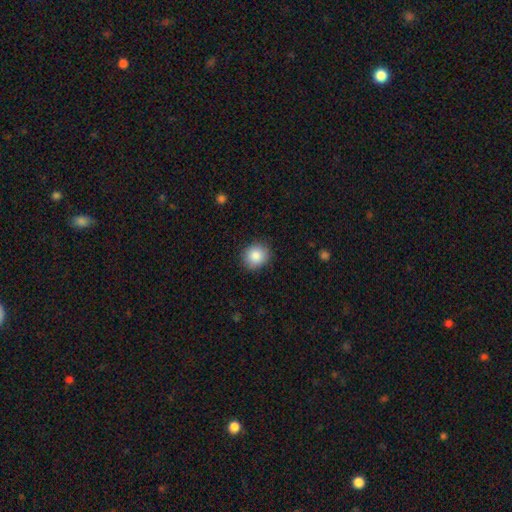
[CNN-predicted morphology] smooth_or_featured: smooth (p=0.87) [alt: star or artifact p=0.08]
how_rounded: round (p=0.84) [alt: in between p=0.15]
merging: none (p=0.88) [alt: minor disturbance p=0.09]